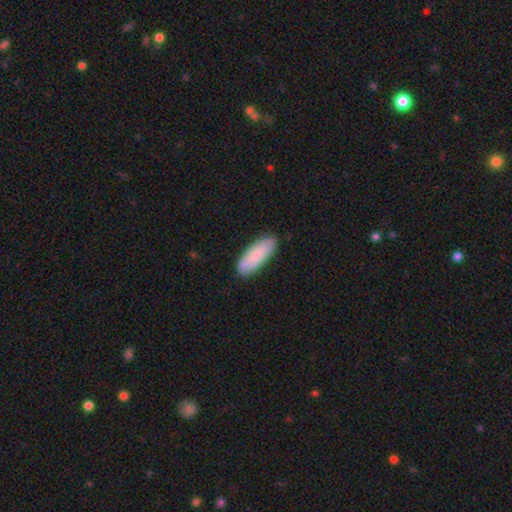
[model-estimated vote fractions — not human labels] Smooth or featured?
  - smooth: 77% *
  - featured or disk: 18%
  - star or artifact: 5%
How rounded?
  - in between: 70% *
  - cigar-shaped: 28%
  - round: 2%
Merging?
  - none: 87% *
  - minor disturbance: 11%
  - major disturbance: 2%
  - merger: 1%